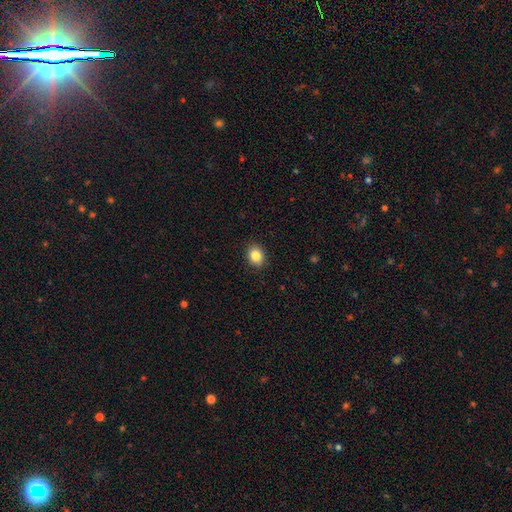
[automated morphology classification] Smooth or featured? smooth (85%)
How rounded? in between (51%)
Merging? none (90%)